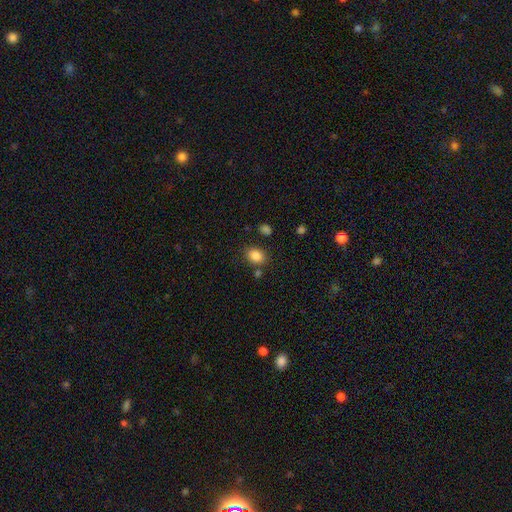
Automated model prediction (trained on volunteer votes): This appears to be a smooth galaxy with no disk features (85%) that is in between round and cigar-shaped (54%). Merging: none (79%).